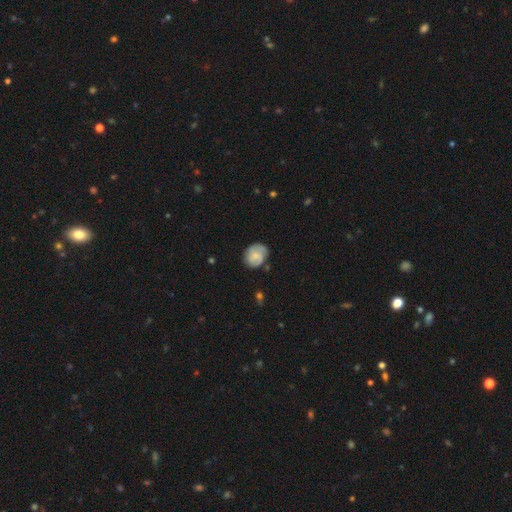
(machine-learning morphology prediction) Q: Smooth or featured?
A: smooth (48%); runner-up: featured or disk (45%)
Q: Merging?
A: none (66%); runner-up: minor disturbance (25%)